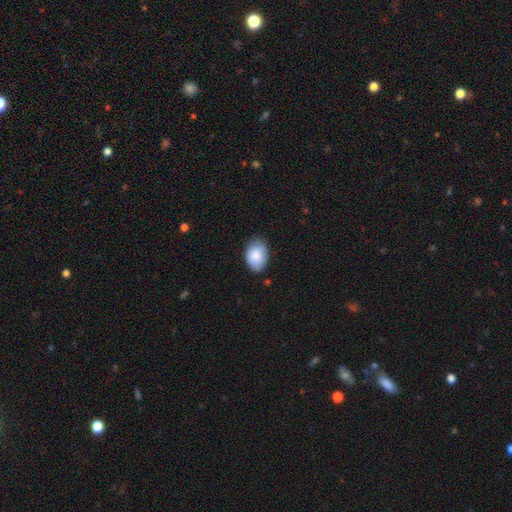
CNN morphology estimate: Smooth or featured?
  - smooth: 85% *
  - featured or disk: 8%
  - star or artifact: 6%
How rounded?
  - in between: 84% *
  - round: 15%
  - cigar-shaped: 1%
Merging?
  - none: 73% *
  - minor disturbance: 22%
  - major disturbance: 3%
  - merger: 1%